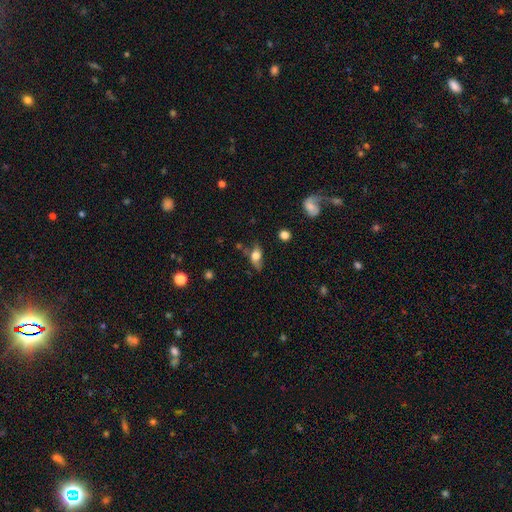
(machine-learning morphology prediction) Overall: smooth (56%; featured or disk 34%). How rounded: in between (74%). Merging: none (51%; minor disturbance 28%).